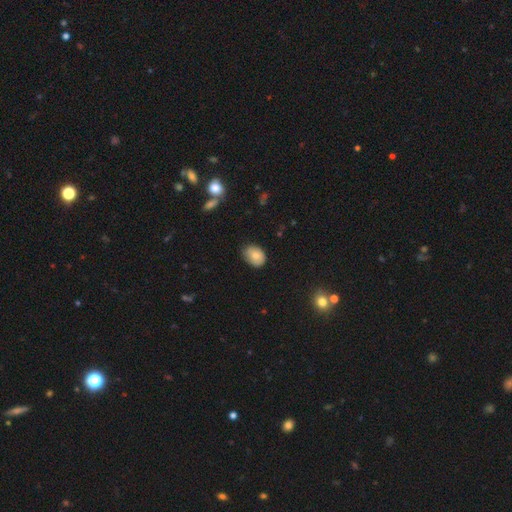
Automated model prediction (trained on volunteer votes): Overall: smooth (77%). How rounded: in between (70%). Merging: none (65%; minor disturbance 29%).